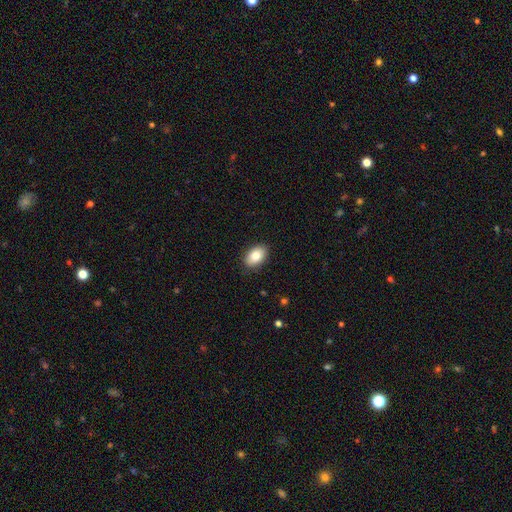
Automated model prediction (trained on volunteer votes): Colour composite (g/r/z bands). It shows a smooth galaxy with no disk features (83%) that is in between round and cigar-shaped (90%). Merging: none (88%).